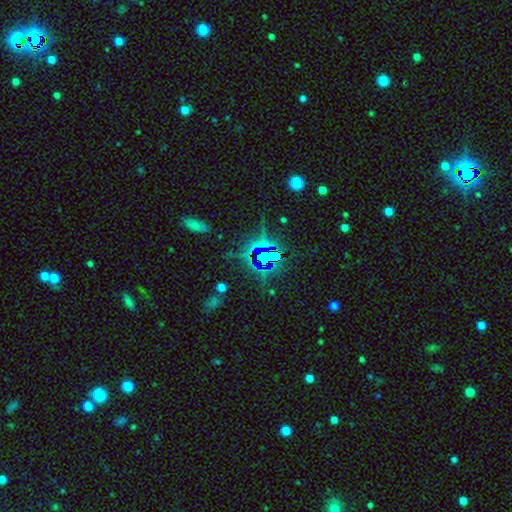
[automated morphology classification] This is possibly a star or artifact rather than a galaxy (58%).